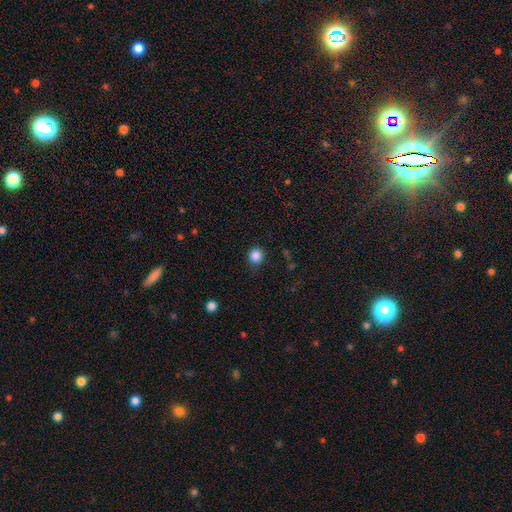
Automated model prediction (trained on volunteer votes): Smooth or featured? Predicted: smooth (p=0.85). How rounded? Predicted: round (p=0.87). Merging? Predicted: none (p=0.84).